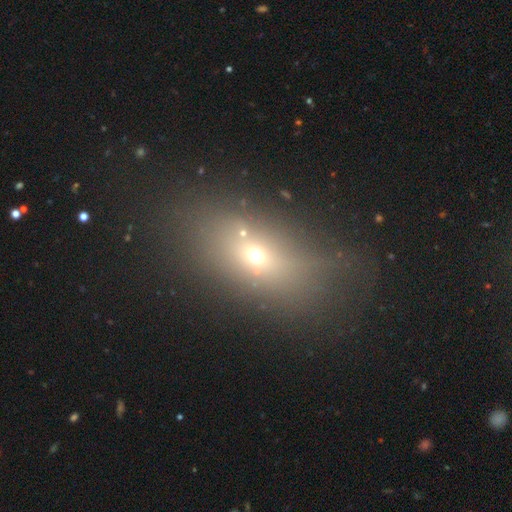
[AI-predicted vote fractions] Smooth or featured: smooth — 53% (featured or disk — 24%)
How rounded: in between — 72% (round — 18%)
Merging: none — 66% (minor disturbance — 16%)